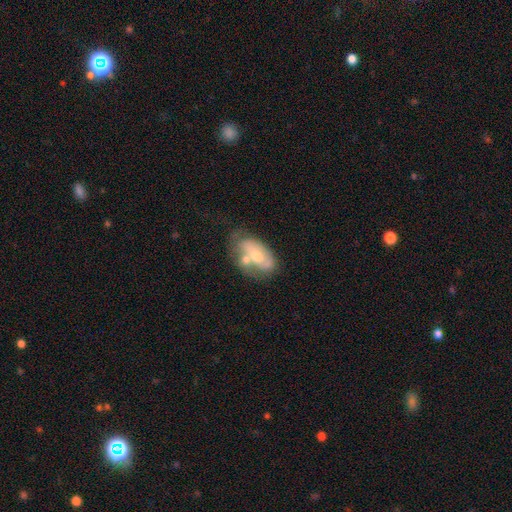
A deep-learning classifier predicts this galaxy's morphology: Q: Smooth or featured?
A: featured or disk (47%); tied with: smooth (47%)
Q: Merging?
A: merger (36%); runner-up: none (31%)